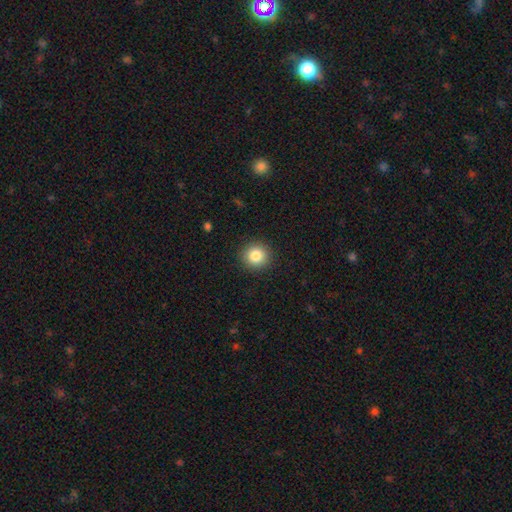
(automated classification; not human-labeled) Q: Smooth or featured?
A: smooth (84%); runner-up: star or artifact (10%)
Q: How rounded?
A: round (93%); runner-up: in between (6%)
Q: Merging?
A: none (92%); runner-up: minor disturbance (6%)